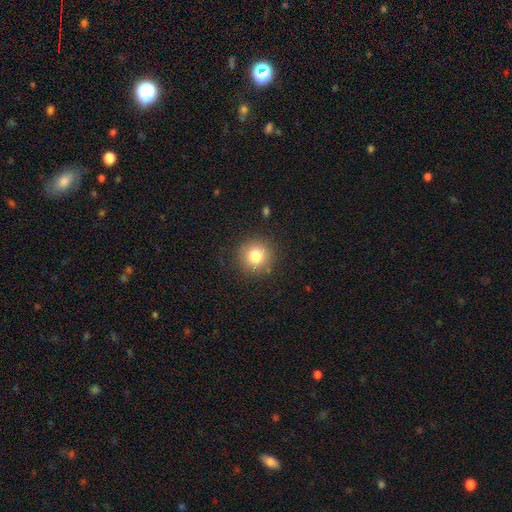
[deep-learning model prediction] This appears to be a smooth galaxy with no disk features (80%) that is round (93%). Merging: none (87%).